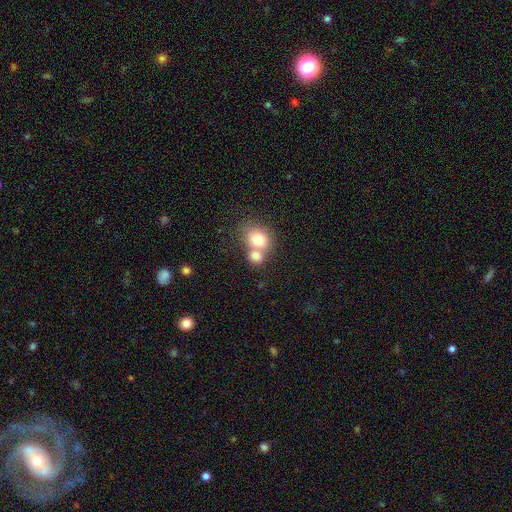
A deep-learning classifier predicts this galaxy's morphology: smooth-or-featured: smooth: 76% | featured or disk: 14% | star or artifact: 10%
  how-rounded: round: 63% | in between: 36% | cigar-shaped: 1%
  merging: merger: 61% | none: 29% | minor disturbance: 6% | major disturbance: 3%